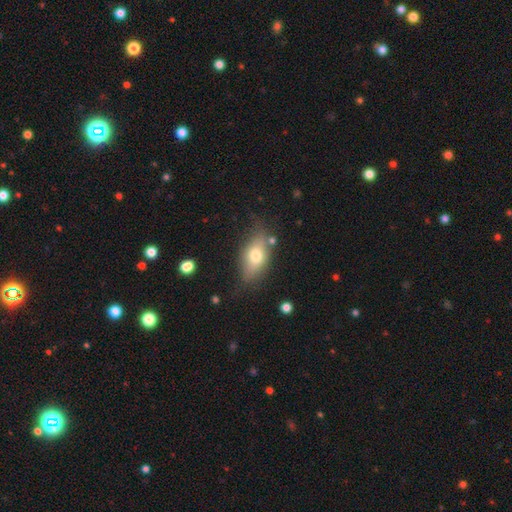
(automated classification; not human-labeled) A smooth galaxy with no disk features (68%) that is in between round and cigar-shaped (85%).

Vote fractions:
- Smooth or featured? smooth: 68% / featured or disk: 24% / star or artifact: 8%
- How rounded? in between: 85% / round: 8% / cigar-shaped: 8%
- Merging? none: 70% / minor disturbance: 20% / major disturbance: 6% / merger: 4%